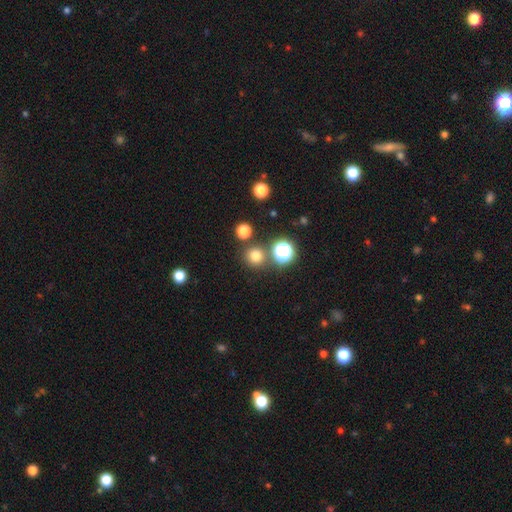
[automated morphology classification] A smooth galaxy with no disk features (73%) that is round (92%).

Vote fractions:
- Smooth or featured? smooth: 73% / star or artifact: 21% / featured or disk: 6%
- How rounded? round: 92% / in between: 7% / cigar-shaped: 1%
- Merging? none: 81% / merger: 9% / minor disturbance: 7% / major disturbance: 3%